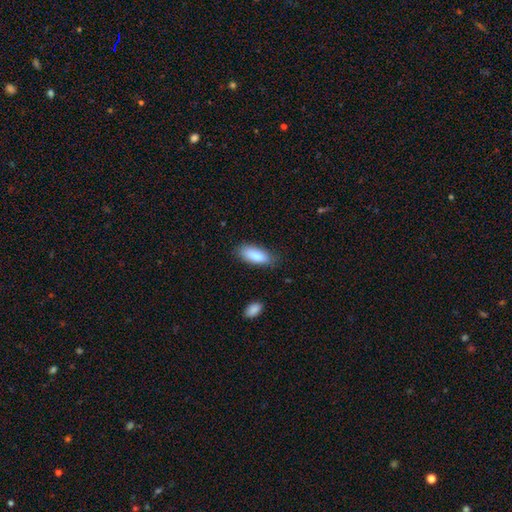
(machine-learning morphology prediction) Smooth or featured? smooth (86%)
How rounded? in between (79%)
Merging? none (81%)